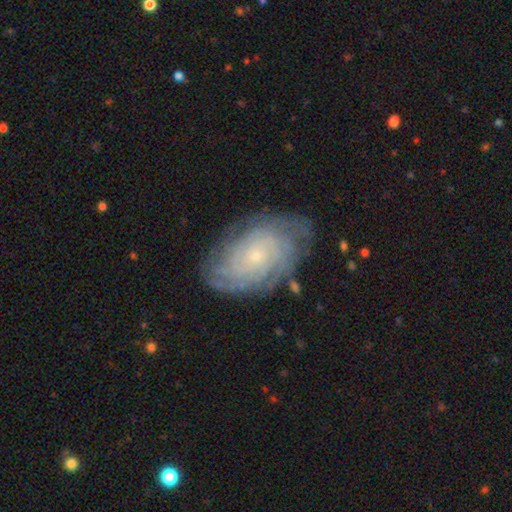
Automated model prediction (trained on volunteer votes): Q: Smooth or featured?
A: featured or disk (80%); runner-up: smooth (12%)
Q: Edge-on disk?
A: no (96%); runner-up: yes (4%)
Q: Bar?
A: no (80%); runner-up: weak (16%)
Q: Spiral arms?
A: yes (95%); runner-up: no (5%)
Q: Spiral winding?
A: tight (80%); runner-up: medium (16%)
Q: Spiral arm count?
A: can't tell (40%); runner-up: 4 (18%)
Q: Bulge size?
A: small (85%); runner-up: moderate (11%)
Q: Merging?
A: none (77%); runner-up: minor disturbance (16%)